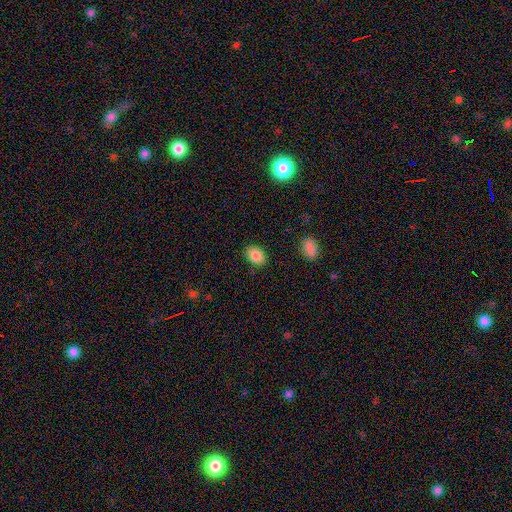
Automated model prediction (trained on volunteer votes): This is clearly a smooth galaxy (87%). How rounded: likely in between (77%). Merging: clearly none (86%).